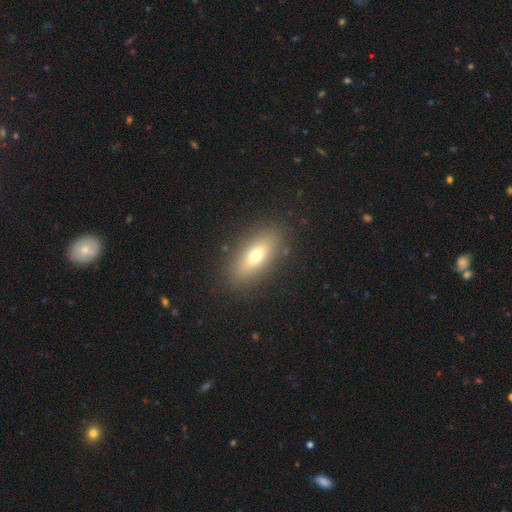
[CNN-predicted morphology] type=smooth (64%); roundness=in between (71%); merging=none (86%).